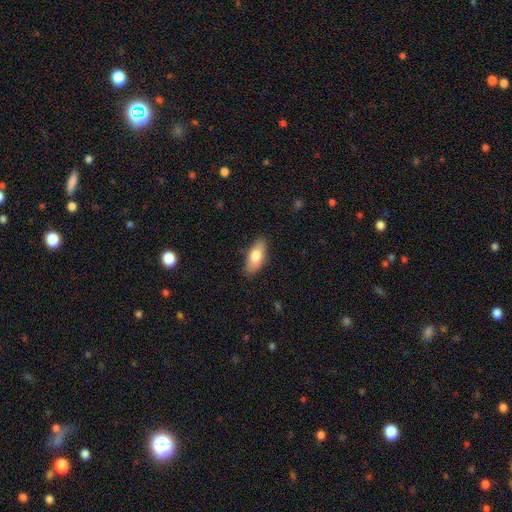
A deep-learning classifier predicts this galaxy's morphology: This appears to be a smooth galaxy with no disk features (77%) that is in between round and cigar-shaped (80%). Merging: none (85%).